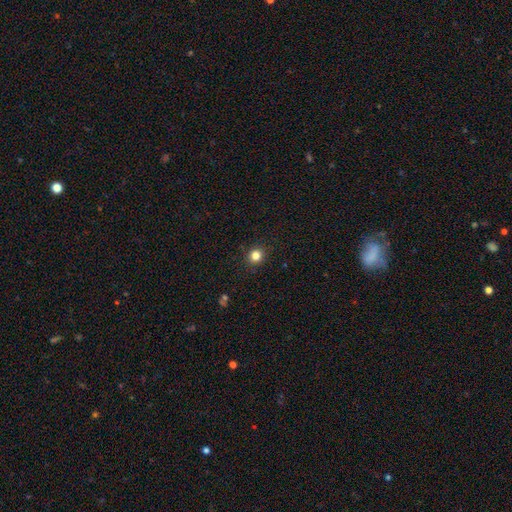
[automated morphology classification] smooth 82%, star or artifact 13%, featured or disk 5%. Down the decision tree: how rounded — round (88%); merging — none (91%).